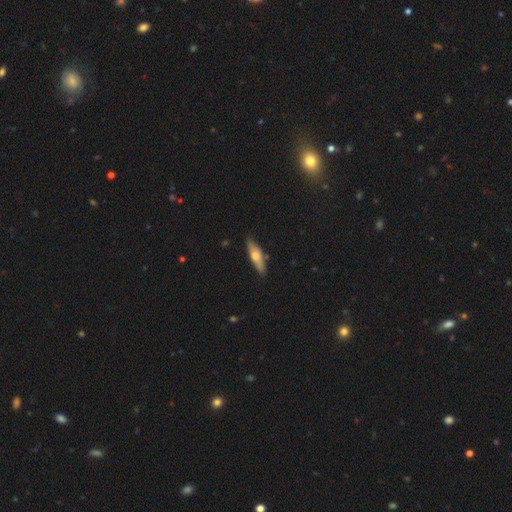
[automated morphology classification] Q: Smooth or featured?
A: smooth (51%); runner-up: featured or disk (43%)
Q: How rounded?
A: cigar-shaped (61%); runner-up: in between (36%)
Q: Merging?
A: none (84%); runner-up: minor disturbance (12%)